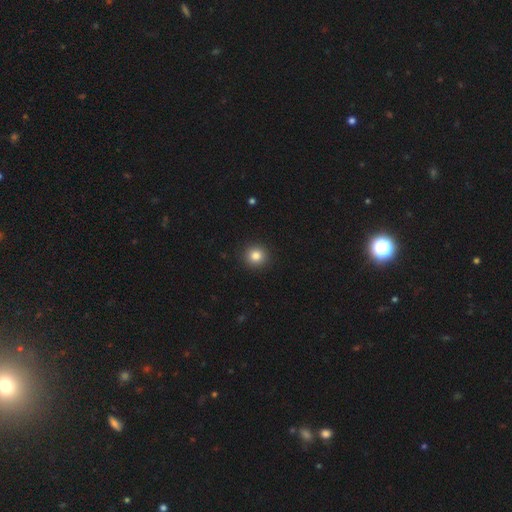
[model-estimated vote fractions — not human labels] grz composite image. It shows a smooth galaxy with no disk features (83%) that is round (93%). Merging: none (93%).